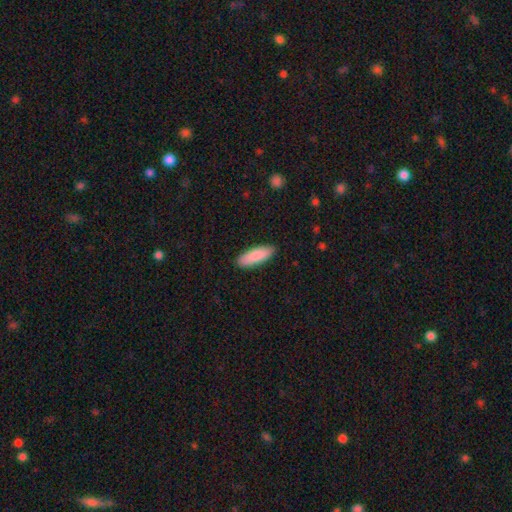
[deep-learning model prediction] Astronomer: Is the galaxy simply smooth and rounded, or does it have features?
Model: smooth — 88%.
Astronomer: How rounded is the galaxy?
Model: in between — 59% (runner-up: cigar-shaped, 39%).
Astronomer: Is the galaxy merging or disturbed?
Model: none — 89%.